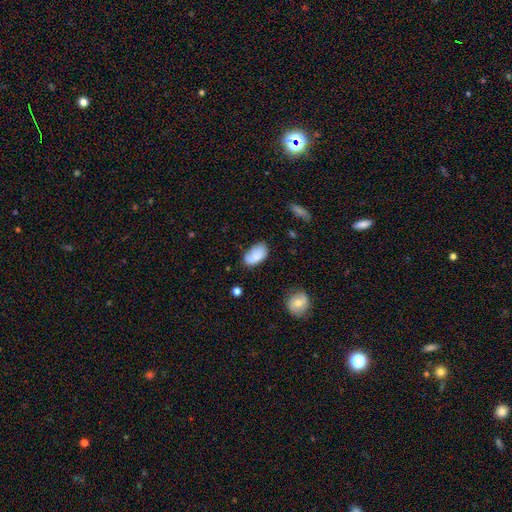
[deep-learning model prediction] smooth 79%, featured or disk 14%, star or artifact 8%. Down the decision tree: how rounded — in between (93%); merging — none (62%).